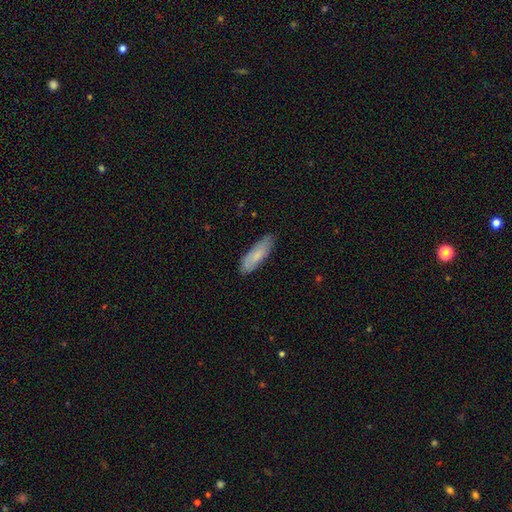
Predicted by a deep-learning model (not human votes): Overall: smooth (73%). How rounded: in between (50%; cigar-shaped 49%). Merging: none (81%).